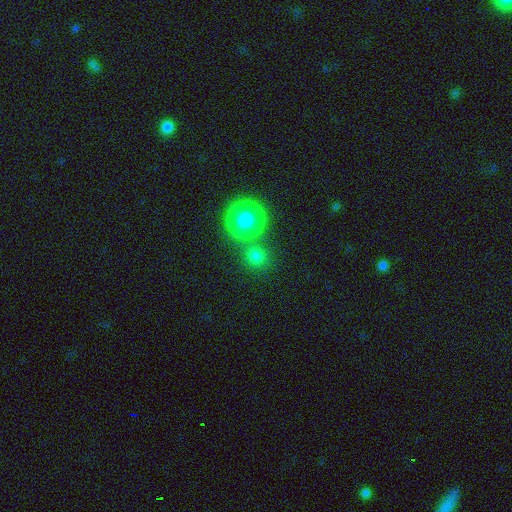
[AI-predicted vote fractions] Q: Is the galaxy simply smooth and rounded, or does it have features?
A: smooth — 75%.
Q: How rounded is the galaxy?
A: round — 91%.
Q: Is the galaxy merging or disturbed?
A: none — 78%.